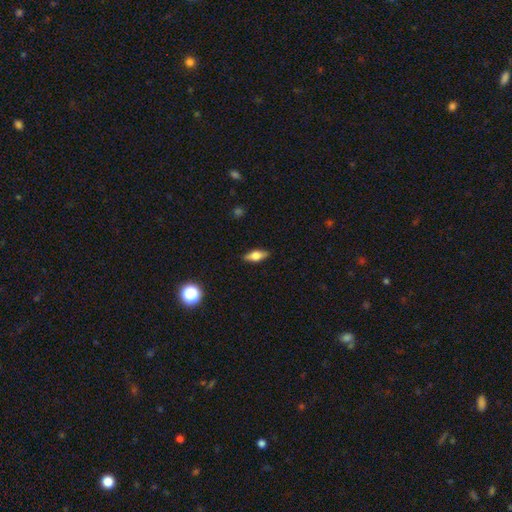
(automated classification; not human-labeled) Q: Smooth or featured?
A: smooth (57%); runner-up: featured or disk (35%)
Q: How rounded?
A: in between (70%); runner-up: cigar-shaped (25%)
Q: Merging?
A: none (88%); runner-up: minor disturbance (9%)